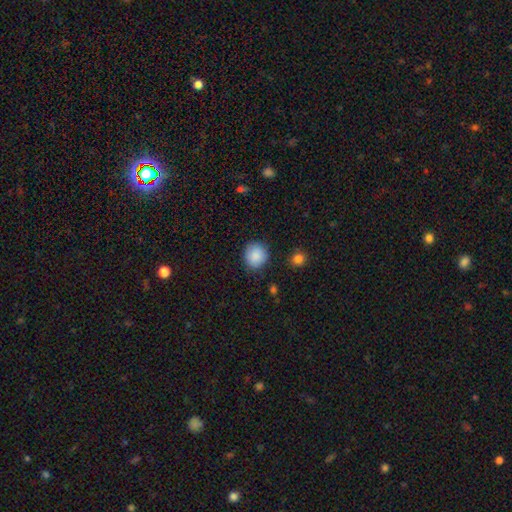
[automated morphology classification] Smooth or featured?
  - smooth: 88% *
  - star or artifact: 8%
  - featured or disk: 4%
How rounded?
  - round: 86% *
  - in between: 13%
  - cigar-shaped: 1%
Merging?
  - none: 85% *
  - minor disturbance: 10%
  - major disturbance: 3%
  - merger: 2%